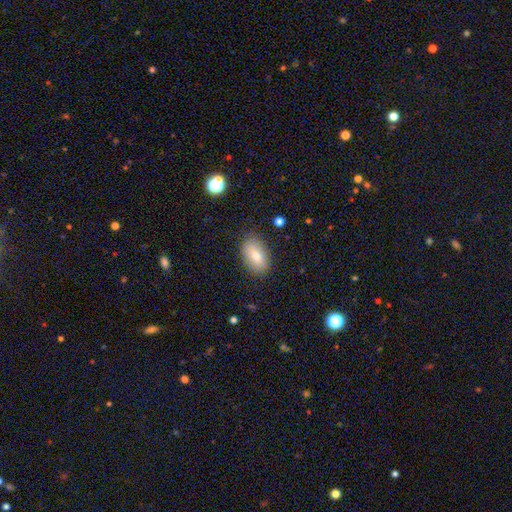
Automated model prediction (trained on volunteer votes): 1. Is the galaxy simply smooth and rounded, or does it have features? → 79% smooth, 14% featured or disk, 8% star or artifact.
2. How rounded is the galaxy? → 91% in between, 6% round, 3% cigar-shaped.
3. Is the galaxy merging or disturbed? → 83% none, 12% minor disturbance, 3% major disturbance, 1% merger.